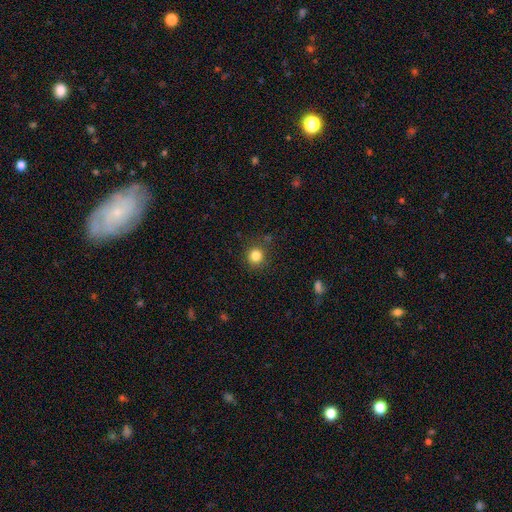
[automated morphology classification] smooth 83%, star or artifact 12%, featured or disk 5%. Down the decision tree: how rounded — round (92%); merging — none (87%).